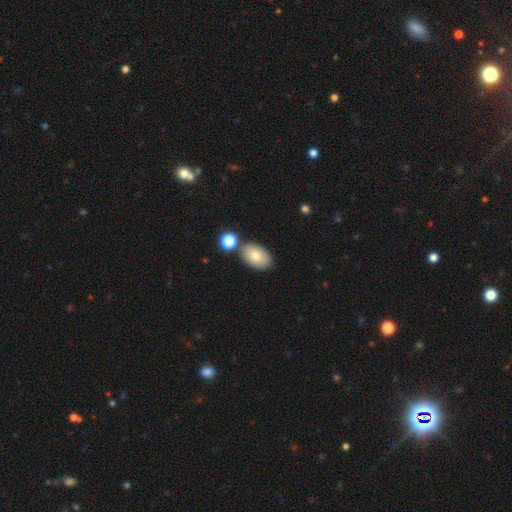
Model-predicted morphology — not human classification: smooth-or-featured: smooth: 78% | featured or disk: 14% | star or artifact: 8%
  how-rounded: in between: 90% | round: 9% | cigar-shaped: 1%
  merging: none: 75% | minor disturbance: 12% | merger: 11% | major disturbance: 3%